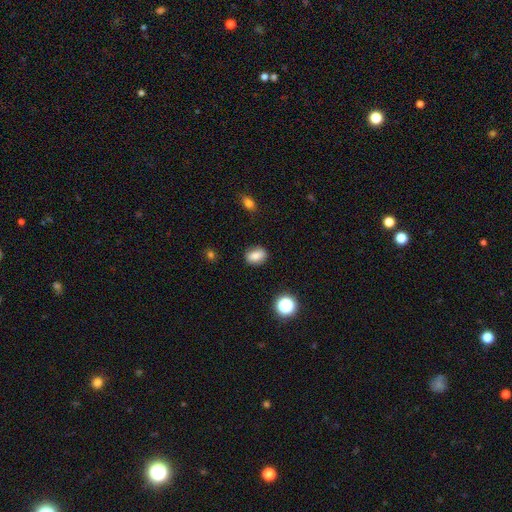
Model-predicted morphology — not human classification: A smooth galaxy with no disk features (79%) that is in between round and cigar-shaped (70%).

Vote fractions:
- Smooth or featured? smooth: 79% / star or artifact: 11% / featured or disk: 10%
- How rounded? in between: 70% / round: 28% / cigar-shaped: 2%
- Merging? none: 83% / minor disturbance: 12% / major disturbance: 3% / merger: 2%